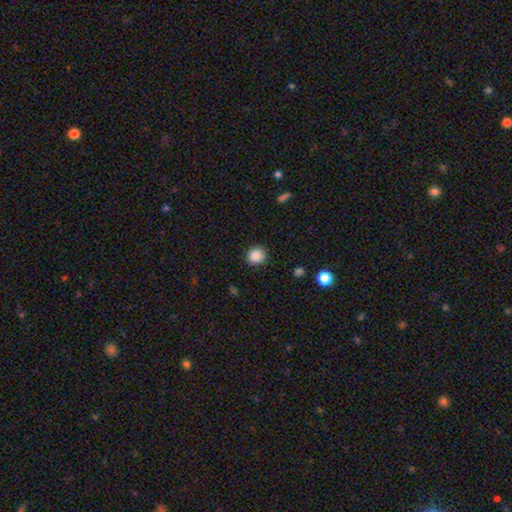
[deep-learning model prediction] Smooth or featured?
  - smooth: 86% *
  - star or artifact: 10%
  - featured or disk: 4%
How rounded?
  - round: 90% *
  - in between: 9%
  - cigar-shaped: 1%
Merging?
  - none: 91% *
  - minor disturbance: 6%
  - major disturbance: 2%
  - merger: 1%